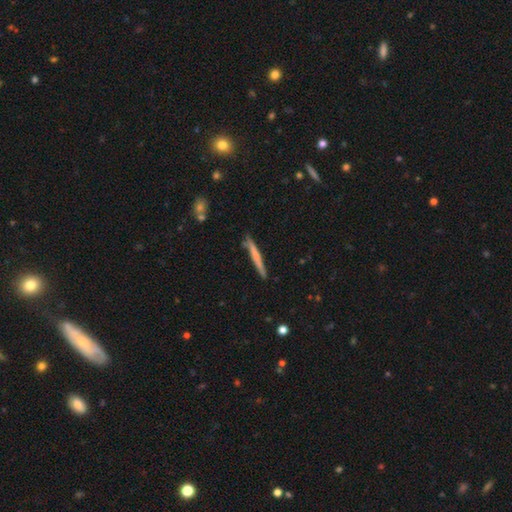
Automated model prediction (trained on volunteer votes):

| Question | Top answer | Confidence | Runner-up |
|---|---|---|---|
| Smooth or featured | smooth | 54% | featured or disk (40%) |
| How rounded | cigar-shaped | 96% | in between (2%) |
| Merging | none | 85% | minor disturbance (11%) |